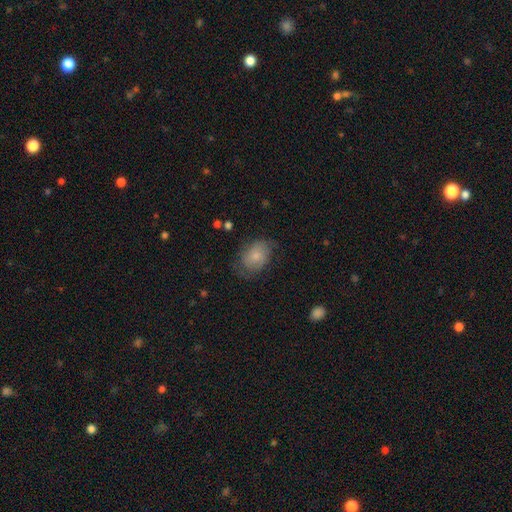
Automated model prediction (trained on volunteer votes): A smooth galaxy with no disk features (68%) that is in between round and cigar-shaped (75%). Merging: none (60%).